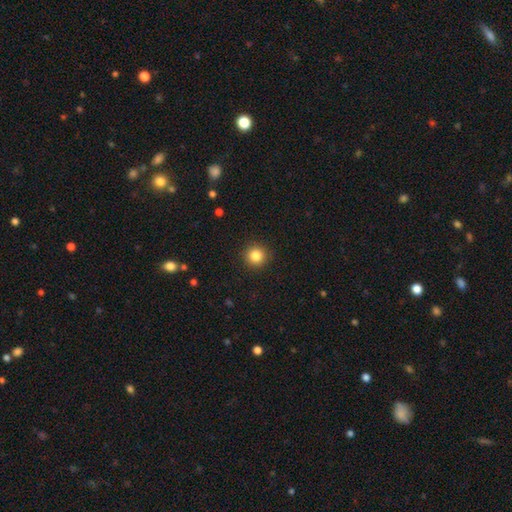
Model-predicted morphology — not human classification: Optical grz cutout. It shows a smooth galaxy with no disk features (84%) that is round (95%). Merging: none (92%).